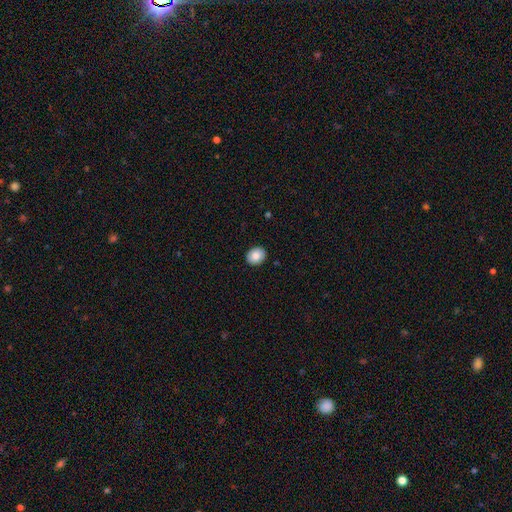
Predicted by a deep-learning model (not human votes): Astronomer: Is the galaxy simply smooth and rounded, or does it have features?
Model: smooth — 85%.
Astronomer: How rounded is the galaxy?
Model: round — 62%.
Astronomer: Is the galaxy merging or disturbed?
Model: none — 91%.